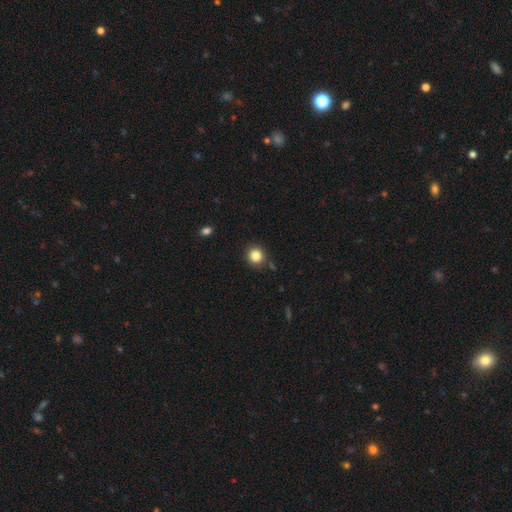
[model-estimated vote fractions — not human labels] smooth_or_featured: smooth (p=0.84) [alt: star or artifact p=0.11]
how_rounded: round (p=0.91) [alt: in between p=0.08]
merging: none (p=0.88) [alt: minor disturbance p=0.08]